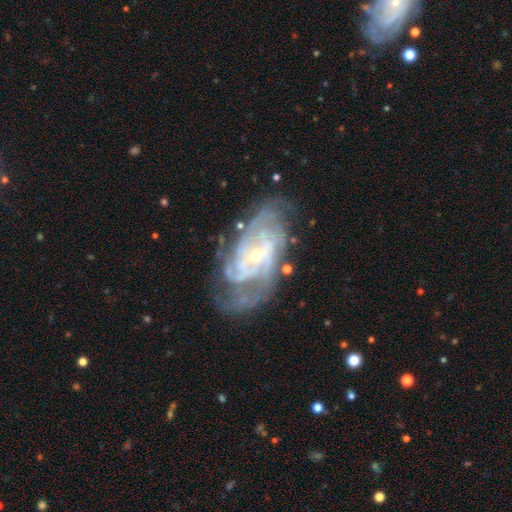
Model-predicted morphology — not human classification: Smooth or featured: featured or disk — 89% (star or artifact — 6%)
Edge-on disk: no — 96% (yes — 4%)
Bar: no — 52% (weak — 34%)
Spiral arms: yes — 96% (no — 4%)
Spiral winding: tight — 60% (medium — 33%)
Spiral arm count: can't tell — 28% (2 — 20%)
Bulge size: small — 73% (moderate — 23%)
Merging: none — 68% (minor disturbance — 19%)